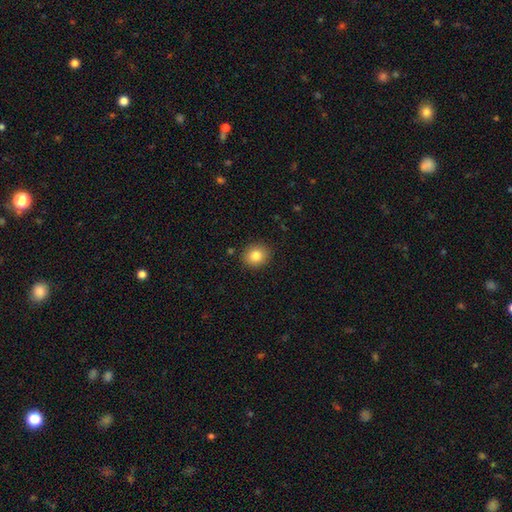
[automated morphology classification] Smooth or featured? Predicted: smooth (p=0.82). How rounded? Predicted: round (p=0.76). Merging? Predicted: none (p=0.89).